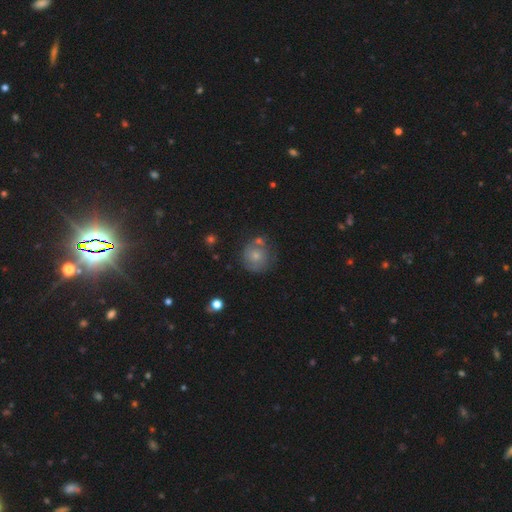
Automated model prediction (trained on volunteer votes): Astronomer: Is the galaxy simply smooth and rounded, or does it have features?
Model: smooth — 55% (runner-up: featured or disk, 36%).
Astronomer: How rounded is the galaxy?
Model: round — 88%.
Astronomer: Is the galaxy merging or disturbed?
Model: none — 61%.